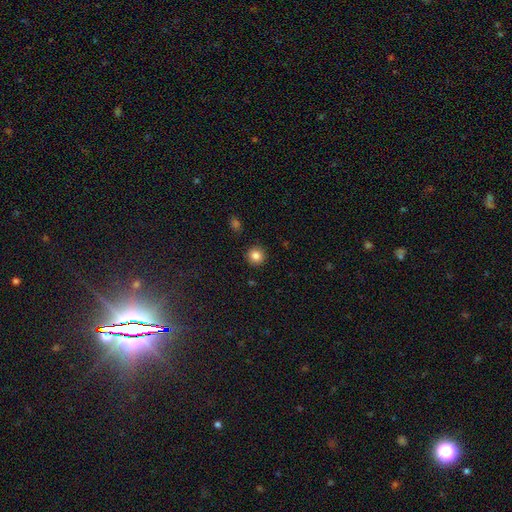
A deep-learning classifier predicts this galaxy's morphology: Overall: smooth (84%). How rounded: round (94%). Merging: none (92%).